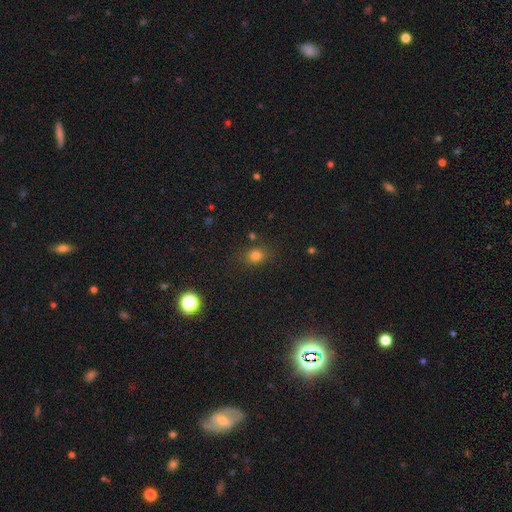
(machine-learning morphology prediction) Overall: smooth (77%). How rounded: round (60%; in between 39%). Merging: none (79%).